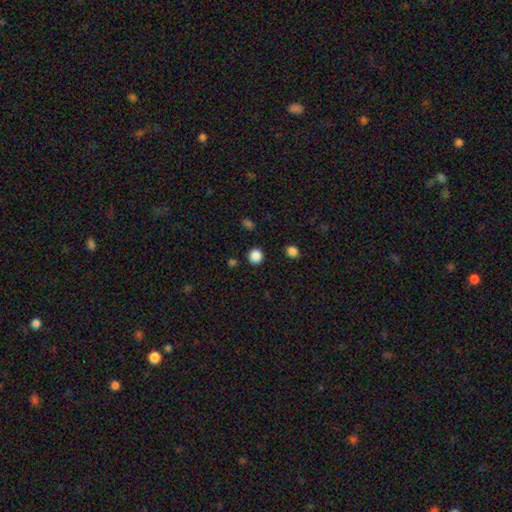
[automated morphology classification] This is clearly a smooth galaxy (86%). How rounded: clearly round (92%). Merging: clearly none (91%).